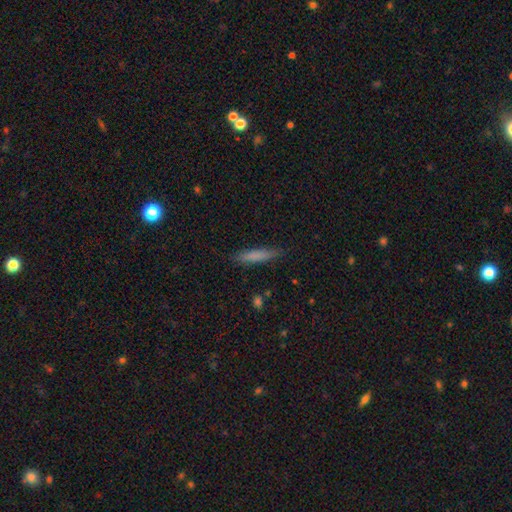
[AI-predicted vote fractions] Smooth or featured: smooth — 77% (featured or disk — 16%)
How rounded: cigar-shaped — 88% (in between — 10%)
Merging: none — 86% (minor disturbance — 11%)